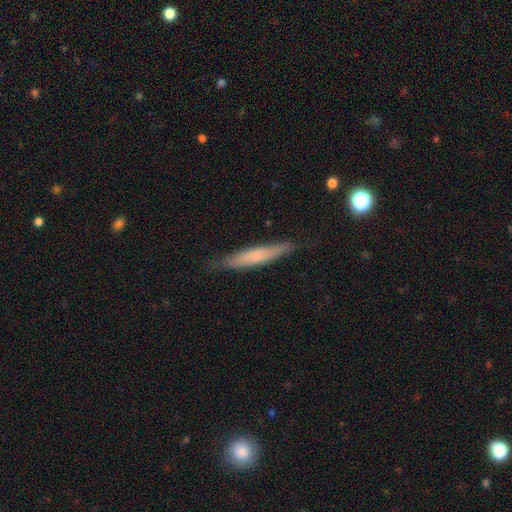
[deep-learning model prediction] A smooth galaxy with no disk features (65%) that is cigar-shaped (92%). Merging: none (83%).